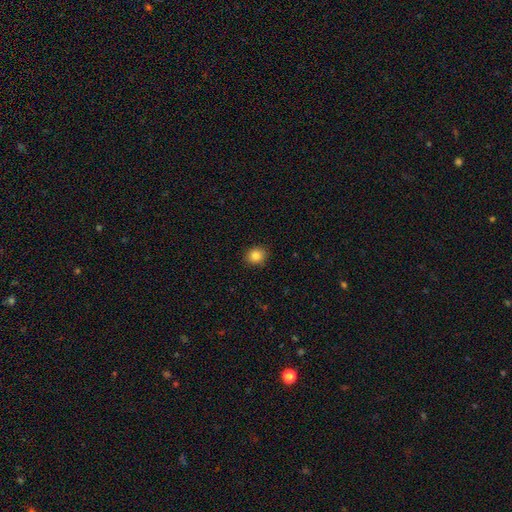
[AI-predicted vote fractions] This is clearly a smooth galaxy (84%). How rounded: likely round (80%). Merging: clearly none (90%).